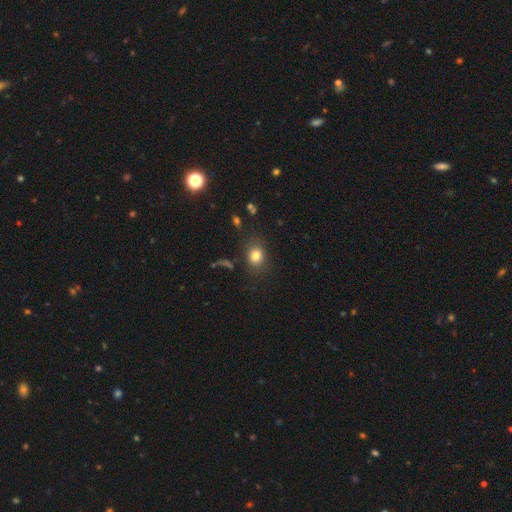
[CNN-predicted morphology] Smooth or featured? Predicted: smooth (p=0.80). How rounded? Predicted: round (p=0.53). Merging? Predicted: none (p=0.81).